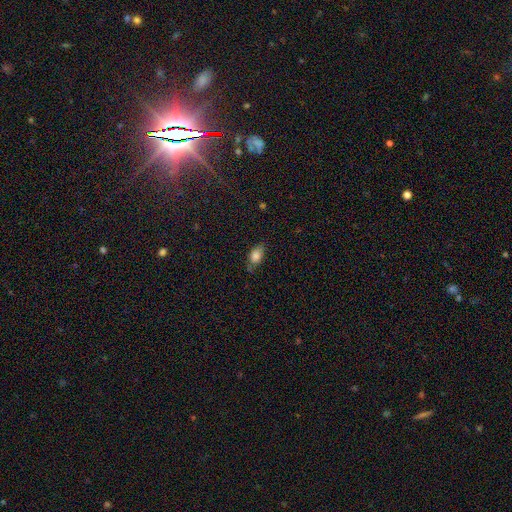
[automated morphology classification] Smooth or featured? Predicted: smooth (p=0.81). How rounded? Predicted: in between (p=0.83). Merging? Predicted: none (p=0.59).